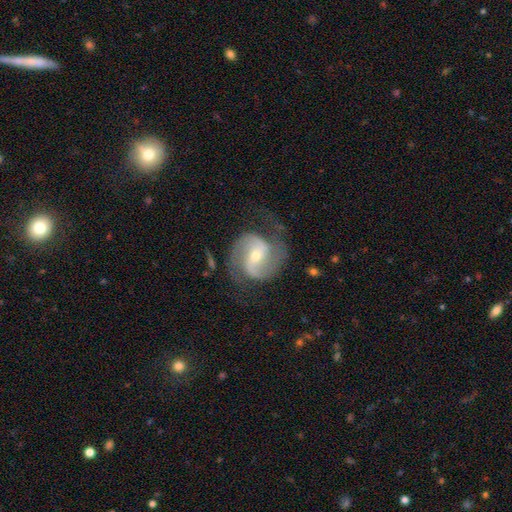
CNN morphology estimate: A featured or disk galaxy (89%) with a weak bar (39%), 2 (91%) medium (53%) spiral arms (97%) and a small central bulge (60%).

Vote fractions:
- Smooth or featured? featured or disk: 89% / smooth: 6% / star or artifact: 5%
- Edge-on disk? no: 98% / yes: 2%
- Bar? weak: 39% / no: 35% / strong: 26%
- Spiral arms? yes: 97% / no: 3%
- Spiral winding? medium: 53% / loose: 31% / tight: 16%
- Spiral arm count? 2: 91% / can't tell: 3% / 3: 2% / 1: 2% / 4: 1% / more than 4: 1%
- Bulge size? small: 60% / moderate: 37% / large: 2% / none: 1% / dominant: 1%
- Merging? none: 67% / minor disturbance: 18% / major disturbance: 13% / merger: 2%